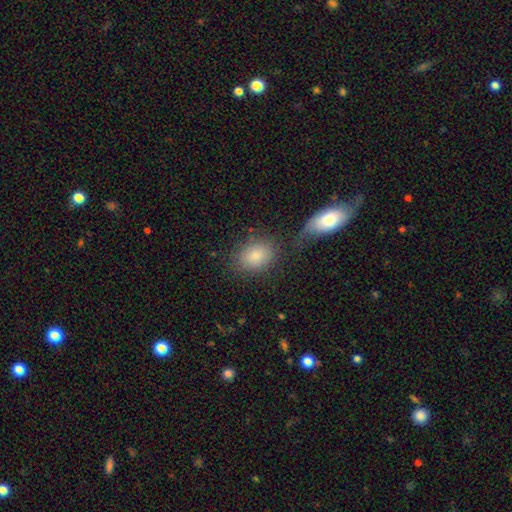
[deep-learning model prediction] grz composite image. It shows a smooth galaxy with no disk features (84%) that is in between round and cigar-shaped (66%). Merging: none (68%).